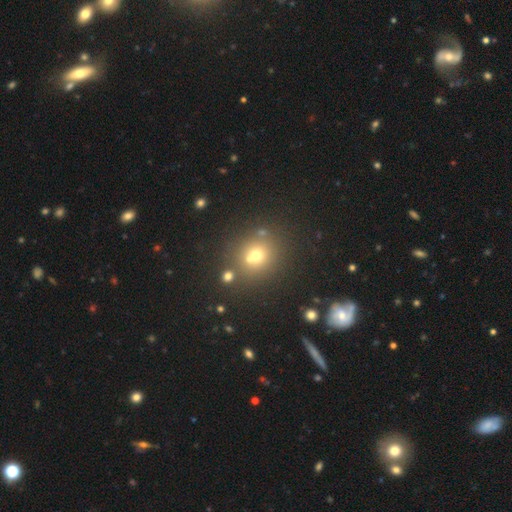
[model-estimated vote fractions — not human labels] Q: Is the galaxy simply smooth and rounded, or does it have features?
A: smooth — 64%.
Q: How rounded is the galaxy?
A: round — 84%.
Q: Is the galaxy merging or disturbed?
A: none — 66%.